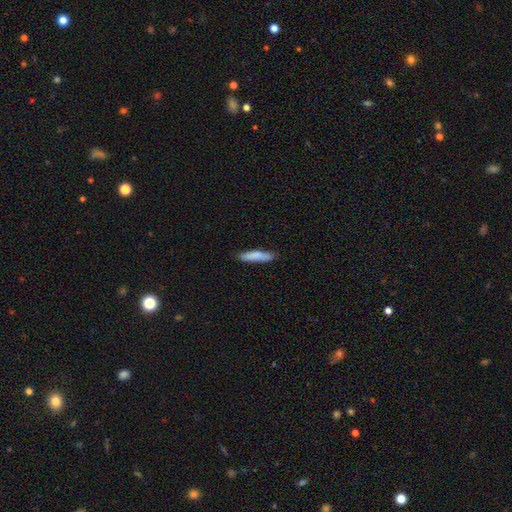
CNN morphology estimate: This appears to be a smooth galaxy with no disk features (82%) that is cigar-shaped (84%). Merging: none (84%).